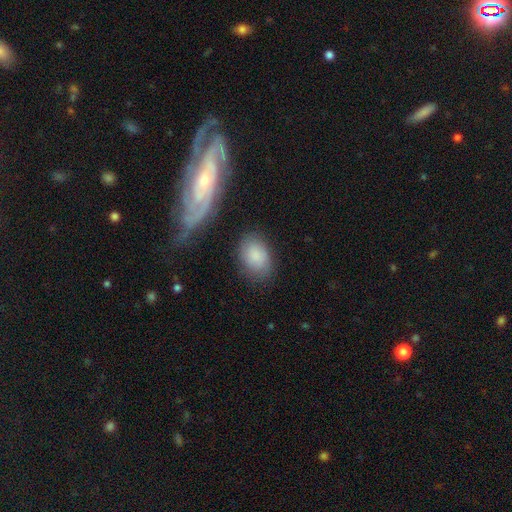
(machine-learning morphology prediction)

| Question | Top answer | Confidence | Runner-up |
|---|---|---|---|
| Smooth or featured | smooth | 76% | featured or disk (16%) |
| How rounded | in between | 81% | round (17%) |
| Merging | none | 74% | minor disturbance (16%) |